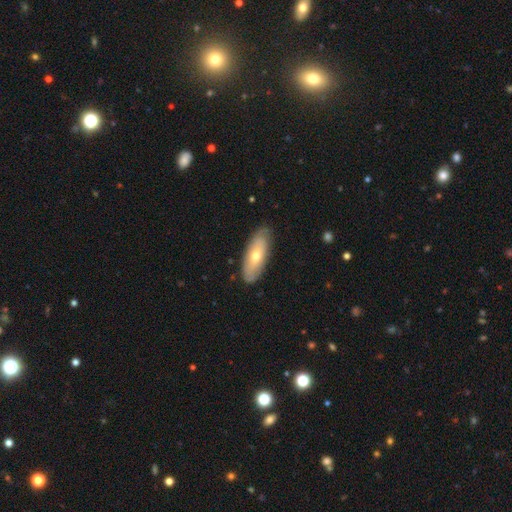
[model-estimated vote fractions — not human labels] smooth-or-featured: smooth: 54% | featured or disk: 40% | star or artifact: 5%
  how-rounded: in between: 72% | cigar-shaped: 25% | round: 2%
  merging: none: 83% | minor disturbance: 14% | major disturbance: 3% | merger: 1%